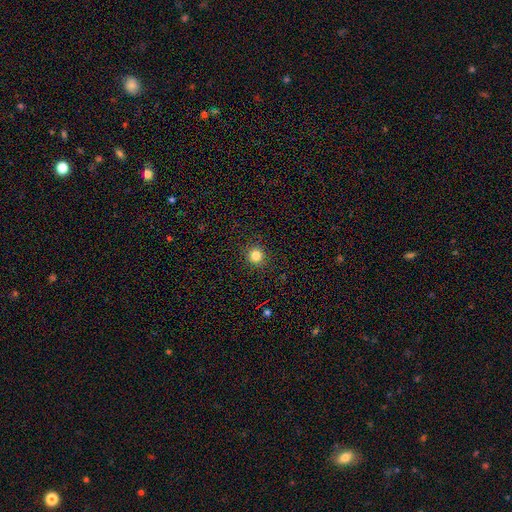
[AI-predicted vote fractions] smooth-or-featured: smooth: 82% | star or artifact: 13% | featured or disk: 5%
  how-rounded: round: 92% | in between: 7% | cigar-shaped: 1%
  merging: none: 91% | minor disturbance: 6% | major disturbance: 2% | merger: 1%